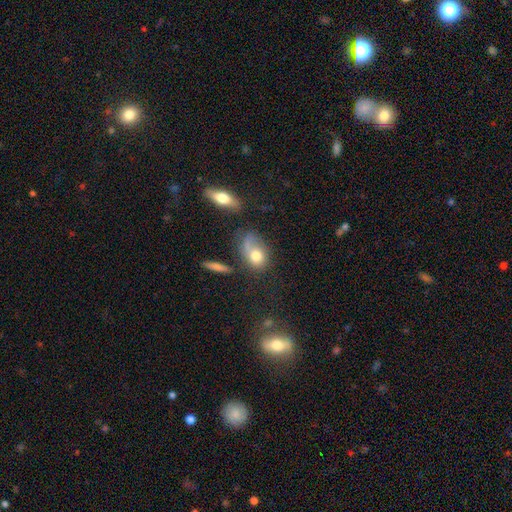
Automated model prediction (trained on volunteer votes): A smooth galaxy with no disk features (66%) that is in between round and cigar-shaped (68%). Merging: none (32%, tied with major disturbance).